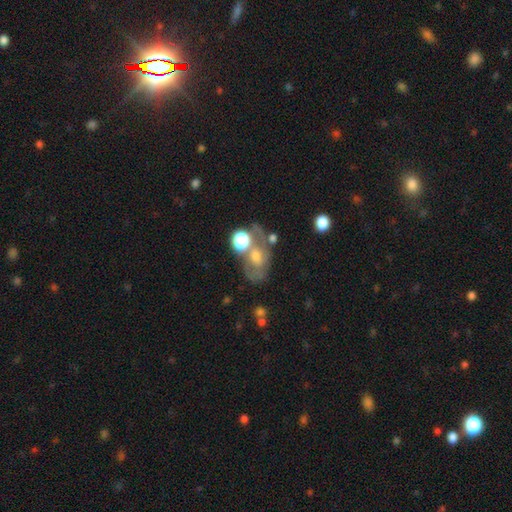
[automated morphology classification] featured or disk 42%, smooth 36%, star or artifact 21%. Down the decision tree: merging — none (45%).